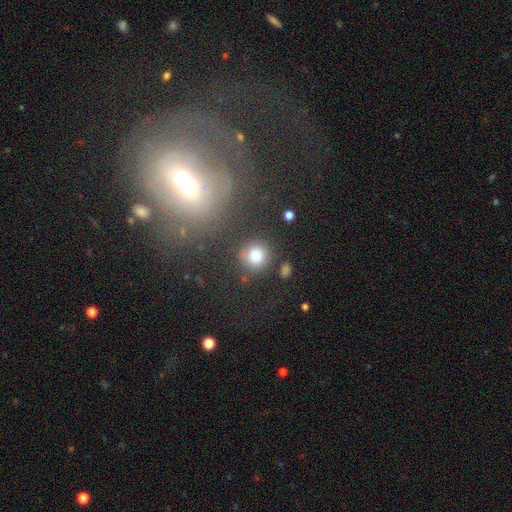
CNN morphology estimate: The model was most divided on "merging": none: 75%, minor disturbance: 12%, merger: 7%, major disturbance: 5%. More confident: how rounded — round (88%); smooth or featured — smooth (81%).